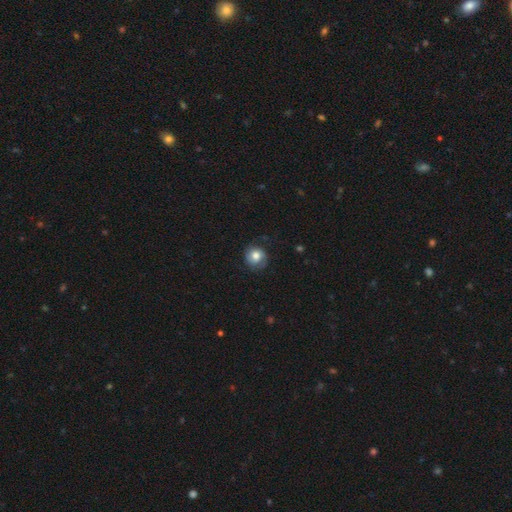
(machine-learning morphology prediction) smooth 67%, featured or disk 25%, star or artifact 8%. Down the decision tree: how rounded — round (84%); merging — none (72%).